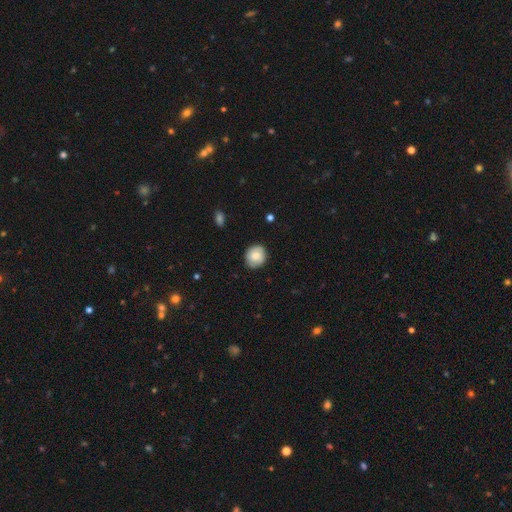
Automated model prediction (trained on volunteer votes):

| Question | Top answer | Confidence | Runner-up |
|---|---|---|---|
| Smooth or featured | smooth | 75% | featured or disk (18%) |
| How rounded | round | 80% | in between (19%) |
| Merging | none | 83% | minor disturbance (14%) |